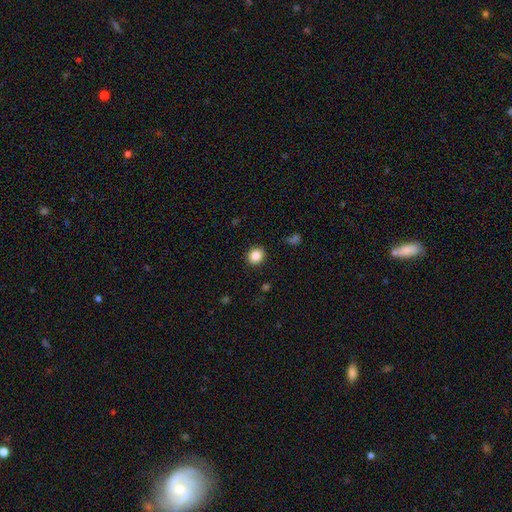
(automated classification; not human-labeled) A smooth galaxy with no disk features (86%) that is round (82%). Merging: none (90%).